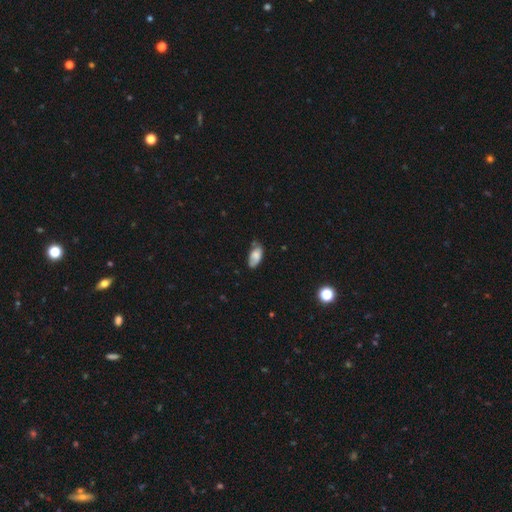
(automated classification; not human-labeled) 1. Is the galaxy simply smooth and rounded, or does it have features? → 72% smooth, 20% featured or disk, 8% star or artifact.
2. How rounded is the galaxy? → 93% in between, 4% cigar-shaped, 3% round.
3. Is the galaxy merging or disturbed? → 55% none, 34% minor disturbance, 8% major disturbance, 3% merger.